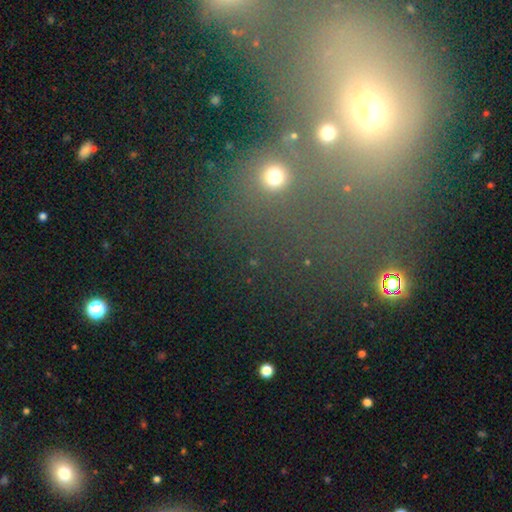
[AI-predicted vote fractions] star or artifact 46%, smooth 39%, featured or disk 15%.